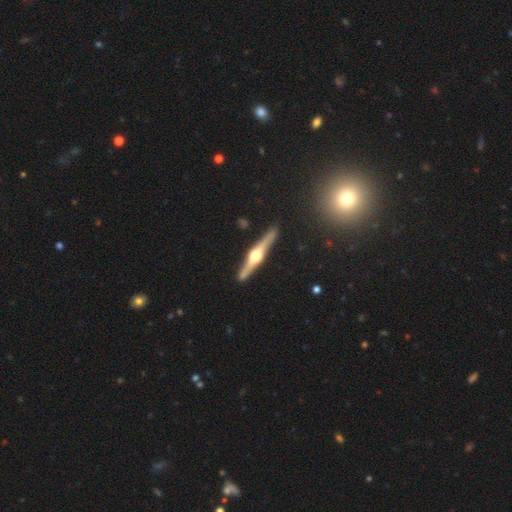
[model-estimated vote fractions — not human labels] A featured or disk galaxy (82%) viewed edge-on (98%) with a rounded central bulge (95%). Merging: none (90%).